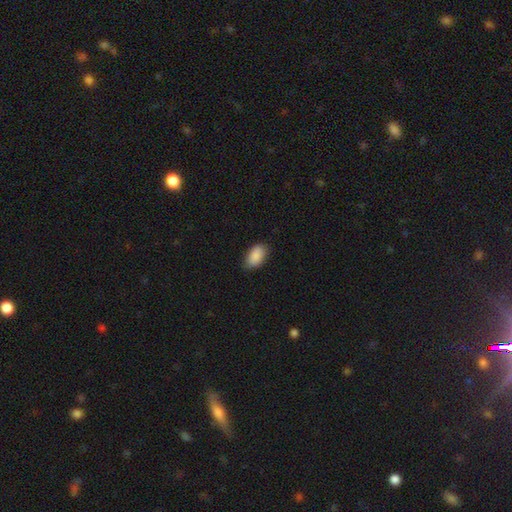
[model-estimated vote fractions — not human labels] This appears to be a smooth galaxy with no disk features (89%) that is in between round and cigar-shaped (93%). Merging: none (81%).